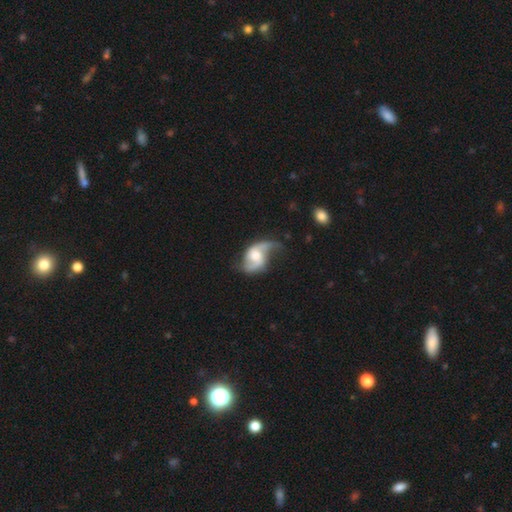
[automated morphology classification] type=featured or disk (82%); edge-on=no (97%); bar=no (52%); spiral arms=yes (95%); winding=loose (60%); arm count=2 (85%); bulge=moderate (54%); merging=none (45%).